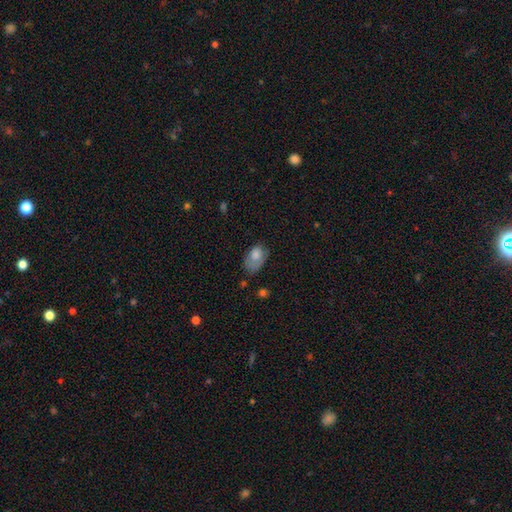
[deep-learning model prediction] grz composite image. It shows a smooth galaxy with no disk features (76%) that is in between round and cigar-shaped (88%). Merging: none (39%).